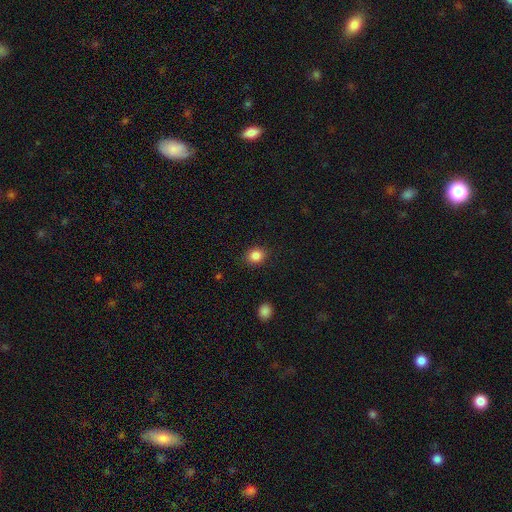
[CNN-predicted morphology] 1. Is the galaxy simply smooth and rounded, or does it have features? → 86% smooth, 10% star or artifact, 4% featured or disk.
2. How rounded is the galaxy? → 63% round, 36% in between, 1% cigar-shaped.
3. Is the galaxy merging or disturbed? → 88% none, 8% minor disturbance, 3% major disturbance, 1% merger.